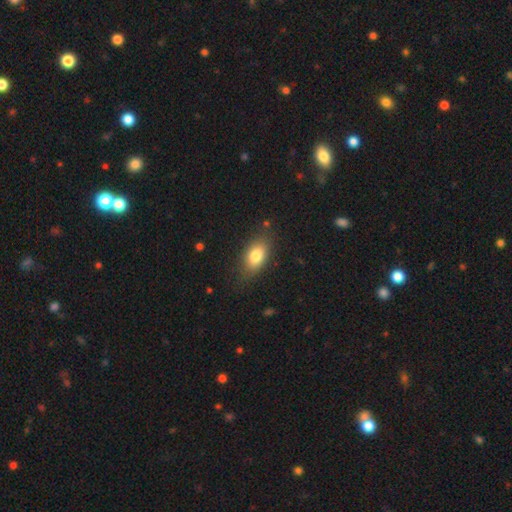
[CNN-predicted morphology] smooth_or_featured: smooth (p=0.79) [alt: featured or disk p=0.12]
how_rounded: in between (p=0.87) [alt: round p=0.08]
merging: none (p=0.78) [alt: minor disturbance p=0.16]